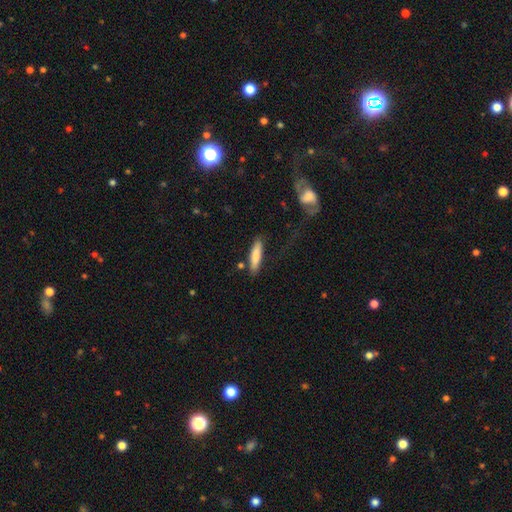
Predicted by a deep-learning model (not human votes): The model was most divided on "how rounded": cigar-shaped: 76%, in between: 23%, round: 2%. More confident: smooth or featured — smooth (81%); merging — none (77%).